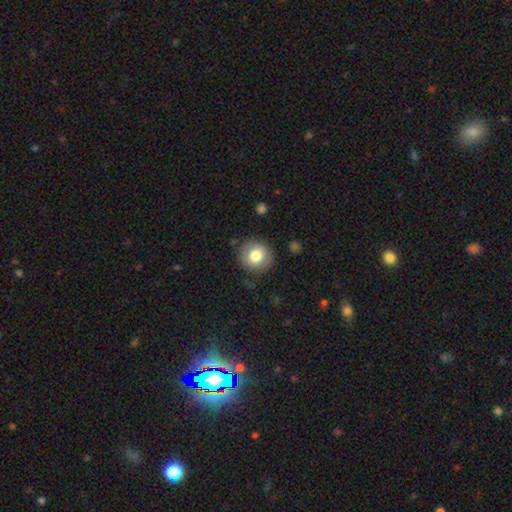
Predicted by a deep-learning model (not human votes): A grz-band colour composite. It shows a smooth galaxy with no disk features (77%) that is round (91%). Merging: none (86%).